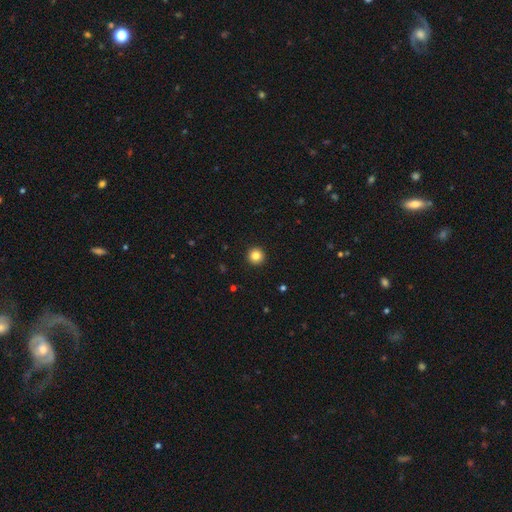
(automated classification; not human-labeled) smooth-or-featured: smooth: 84% | star or artifact: 11% | featured or disk: 5%
  how-rounded: round: 96% | in between: 3% | cigar-shaped: 1%
  merging: none: 94% | minor disturbance: 4% | major disturbance: 1% | merger: 1%